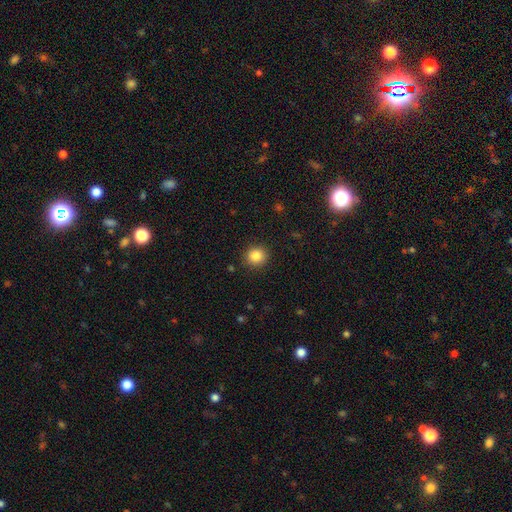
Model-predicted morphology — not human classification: Smooth or featured?
  - smooth: 85% *
  - star or artifact: 10%
  - featured or disk: 5%
How rounded?
  - round: 87% *
  - in between: 12%
  - cigar-shaped: 1%
Merging?
  - none: 90% *
  - minor disturbance: 7%
  - major disturbance: 2%
  - merger: 1%